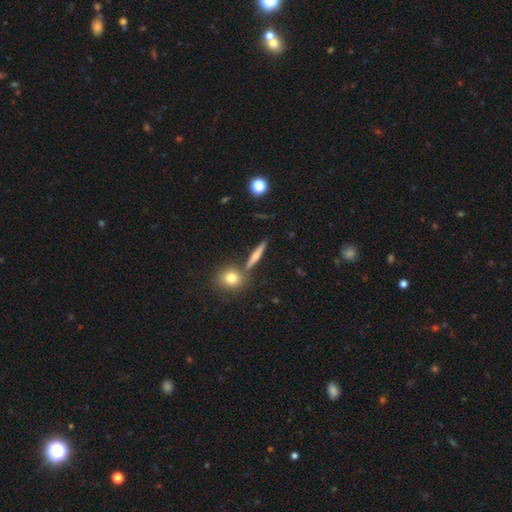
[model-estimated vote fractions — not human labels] smooth 49%, featured or disk 40%, star or artifact 10%. Down the decision tree: merging — none (81%).